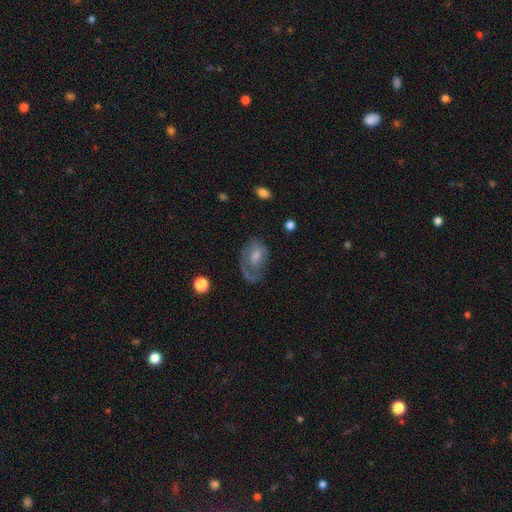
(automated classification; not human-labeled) Smooth or featured: featured or disk — 58% (smooth — 33%)
Edge-on disk: no — 95% (yes — 5%)
Bar: no — 69% (weak — 26%)
Spiral arms: yes — 66% (no — 34%)
Bulge size: moderate — 48% (small — 43%)
Merging: none — 49% (major disturbance — 25%)